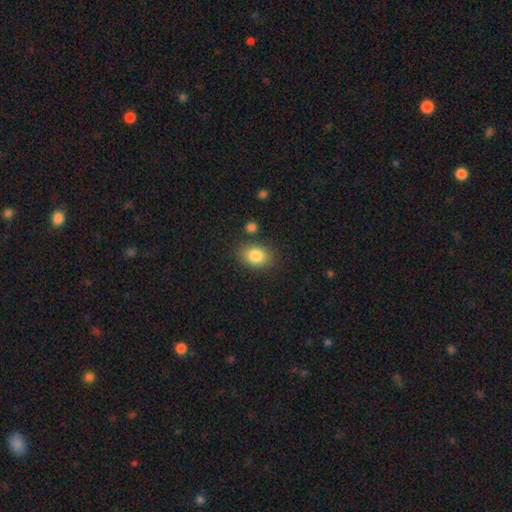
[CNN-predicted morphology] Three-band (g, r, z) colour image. It shows a smooth galaxy with no disk features (84%) that is in between round and cigar-shaped (72%). Merging: none (81%).